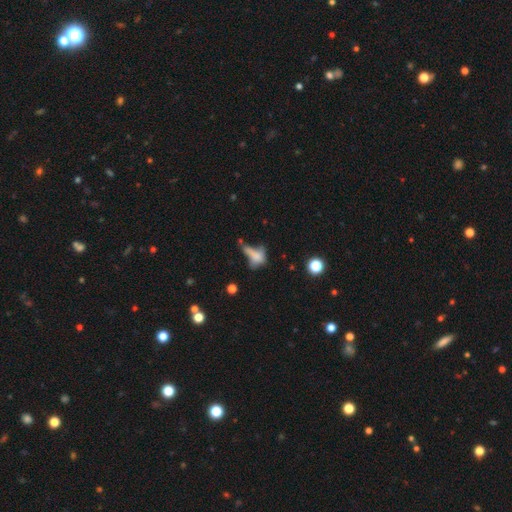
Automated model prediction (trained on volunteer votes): This appears to be a smooth galaxy with no disk features (59%) that is in between round and cigar-shaped (66%). Merging: major disturbance (31%).